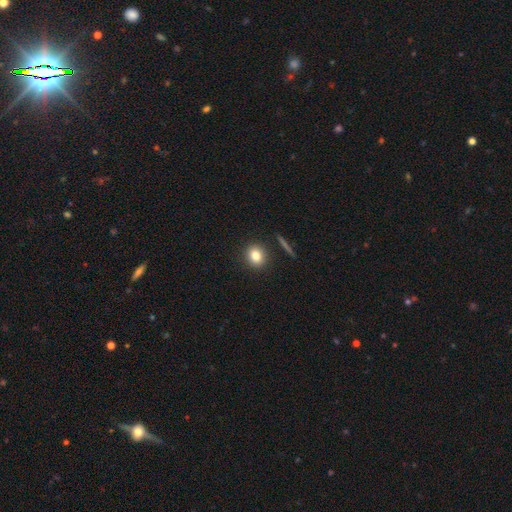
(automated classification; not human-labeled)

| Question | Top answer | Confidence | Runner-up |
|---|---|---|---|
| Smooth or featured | smooth | 81% | star or artifact (10%) |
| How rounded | round | 70% | in between (28%) |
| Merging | none | 89% | minor disturbance (7%) |